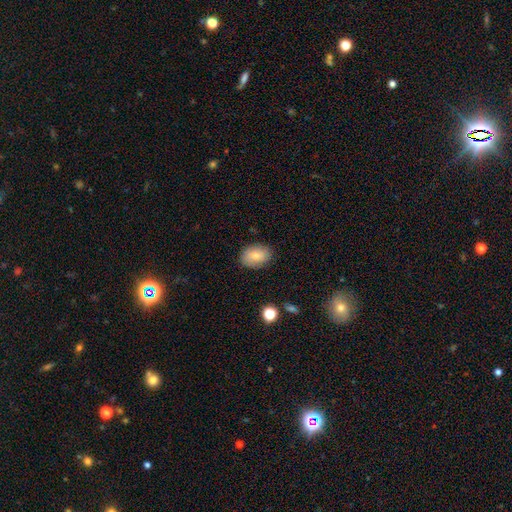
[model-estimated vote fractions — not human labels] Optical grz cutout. It shows a smooth galaxy with no disk features (75%) that is in between round and cigar-shaped (78%). Merging: none (84%).